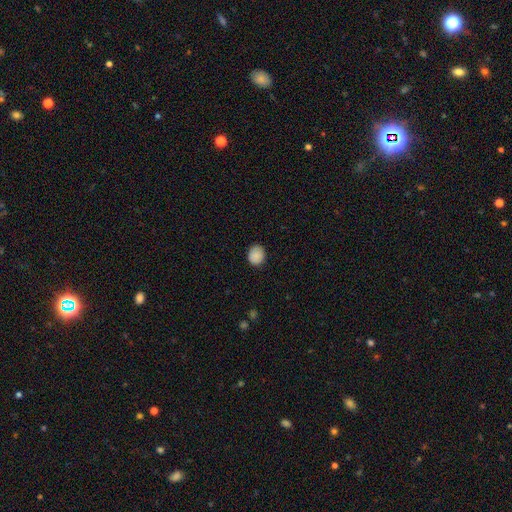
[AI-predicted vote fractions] Overall: smooth (88%). How rounded: round (69%; in between 30%). Merging: none (86%).